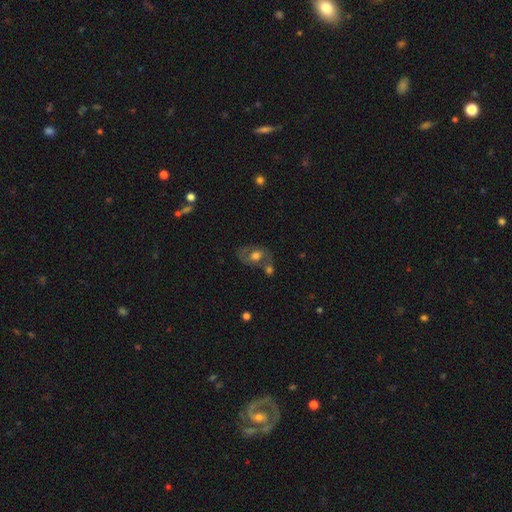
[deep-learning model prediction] smooth-or-featured: smooth: 47% | featured or disk: 44% | star or artifact: 9%
  merging: none: 44% | merger: 26% | minor disturbance: 18% | major disturbance: 11%